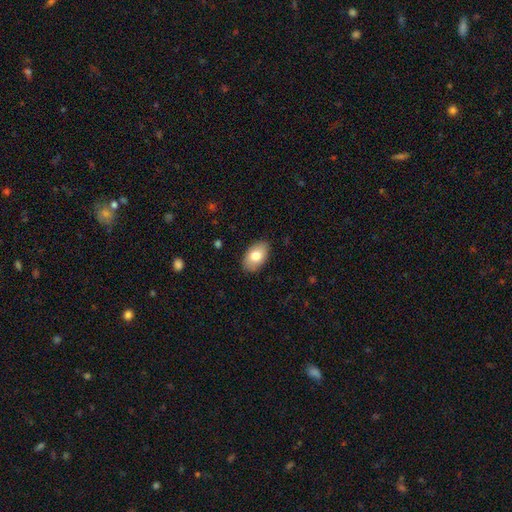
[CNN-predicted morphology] This is likely a smooth galaxy (78%). How rounded: clearly in between (93%). Merging: clearly none (87%).